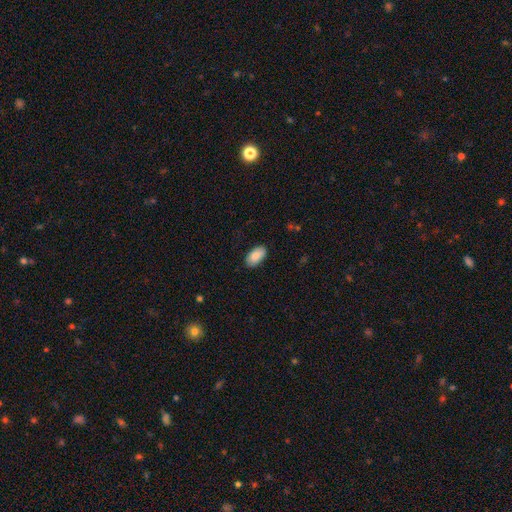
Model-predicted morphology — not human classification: This is clearly a smooth galaxy (87%). How rounded: clearly in between (95%). Merging: clearly none (86%).